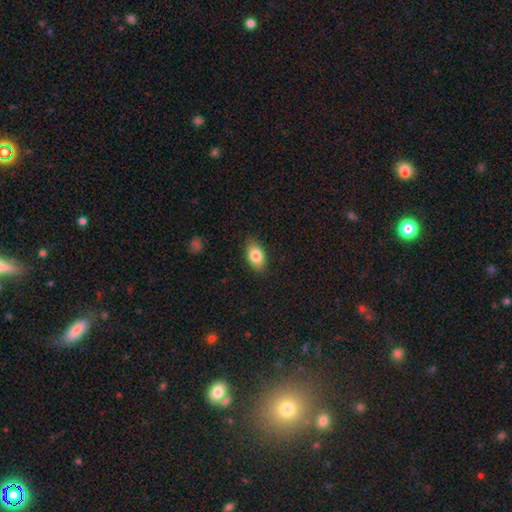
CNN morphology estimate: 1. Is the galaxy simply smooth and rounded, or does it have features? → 82% smooth, 11% featured or disk, 7% star or artifact.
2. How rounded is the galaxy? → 90% in between, 8% round, 2% cigar-shaped.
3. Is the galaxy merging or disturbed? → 86% none, 11% minor disturbance, 2% major disturbance, 1% merger.